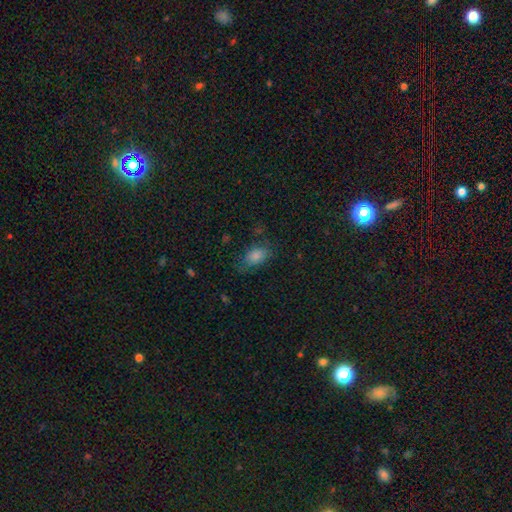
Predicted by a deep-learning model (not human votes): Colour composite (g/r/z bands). It shows a smooth galaxy with no disk features (81%) that is in between round and cigar-shaped (87%). Merging: none (63%).